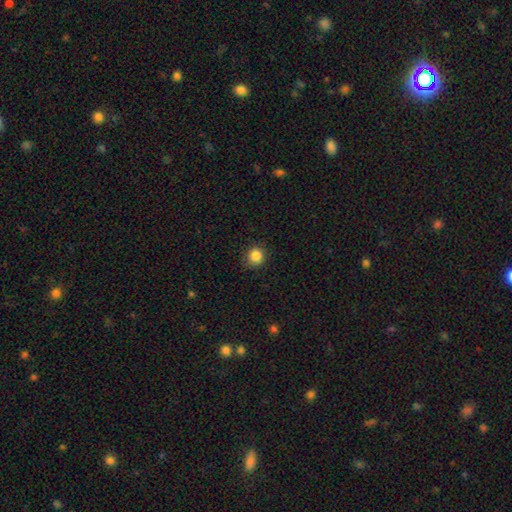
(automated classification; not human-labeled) A smooth galaxy with no disk features (85%) that is round (89%). Merging: none (85%).